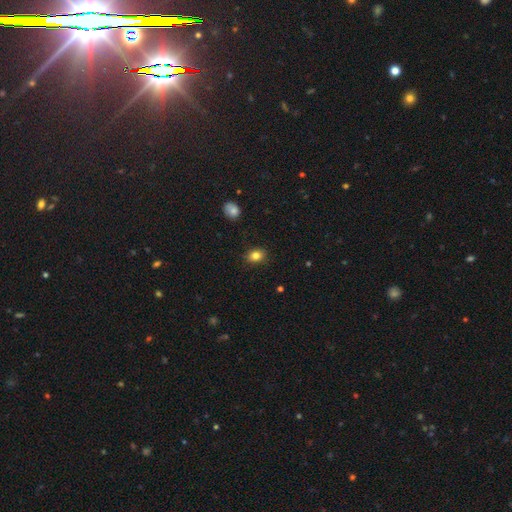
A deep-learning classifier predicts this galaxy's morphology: A smooth galaxy with no disk features (83%) that is in between round and cigar-shaped (57%). Merging: none (87%).